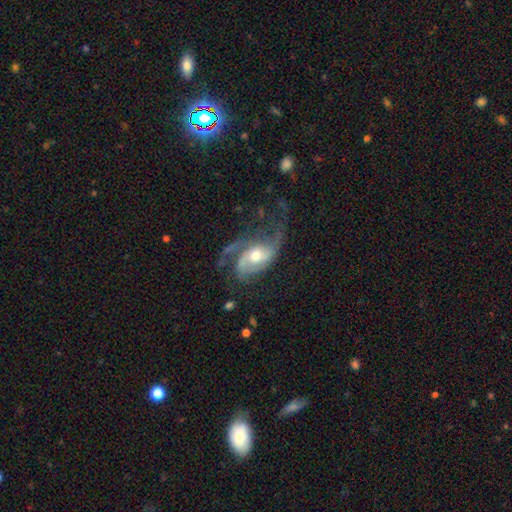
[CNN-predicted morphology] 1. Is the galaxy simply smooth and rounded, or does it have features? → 83% featured or disk, 12% smooth, 6% star or artifact.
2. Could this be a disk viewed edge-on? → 96% no, 4% yes.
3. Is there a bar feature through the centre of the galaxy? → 60% no, 30% weak, 11% strong.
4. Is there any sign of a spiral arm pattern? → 93% yes, 7% no.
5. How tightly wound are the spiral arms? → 42% loose, 40% medium, 17% tight.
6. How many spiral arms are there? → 50% 2, 21% 3, 13% can't tell, 9% 1, 4% 4, 3% more than 4.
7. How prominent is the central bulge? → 65% moderate, 26% small, 6% large, 1% none, 1% dominant.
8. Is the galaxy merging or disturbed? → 43% none, 32% major disturbance, 22% minor disturbance, 3% merger.